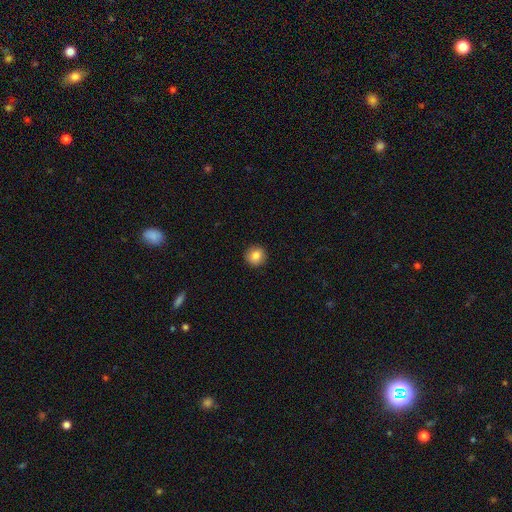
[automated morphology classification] This appears to be a smooth galaxy with no disk features (84%) that is round (94%). Merging: none (92%).